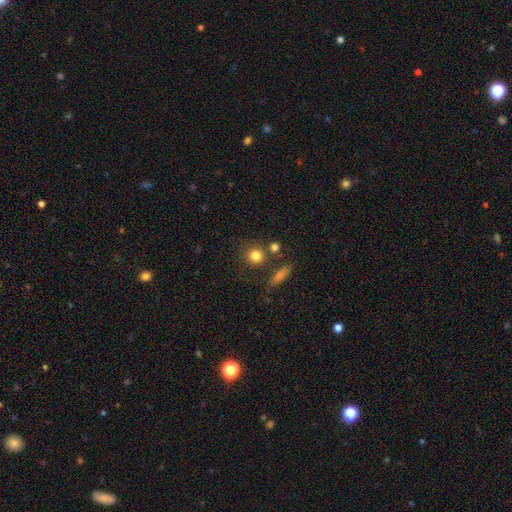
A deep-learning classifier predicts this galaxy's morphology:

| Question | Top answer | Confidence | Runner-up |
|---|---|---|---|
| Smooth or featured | smooth | 81% | star or artifact (11%) |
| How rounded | round | 88% | in between (11%) |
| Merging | none | 74% | merger (12%) |